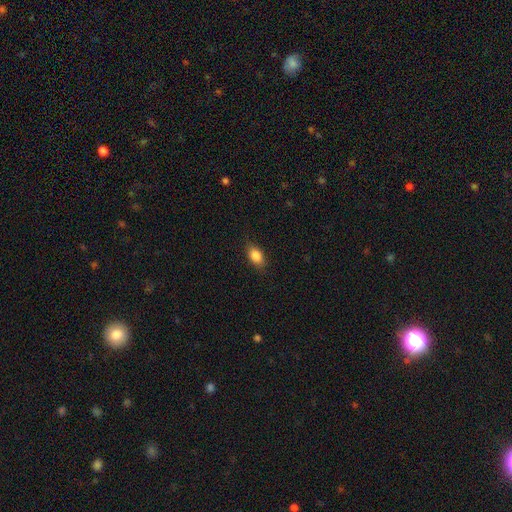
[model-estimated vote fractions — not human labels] smooth 85%, star or artifact 8%, featured or disk 7%. Down the decision tree: how rounded — in between (84%); merging — none (83%).